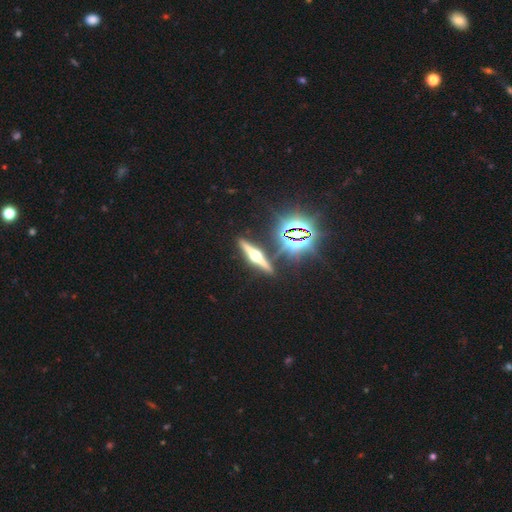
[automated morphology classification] Smooth or featured? Predicted: featured or disk (p=0.72). Edge-on disk? Predicted: yes (p=0.96). Edge-on bulge? Predicted: rounded (p=0.96). Merging? Predicted: none (p=0.87).